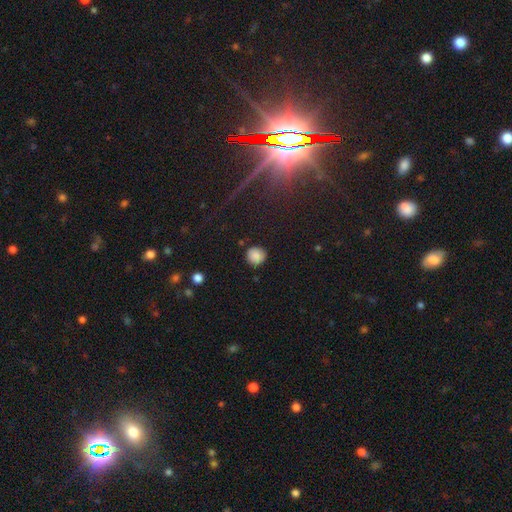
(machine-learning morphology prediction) A smooth galaxy with no disk features (86%) that is round (91%).

Vote fractions:
- Smooth or featured? smooth: 86% / star or artifact: 9% / featured or disk: 5%
- How rounded? round: 91% / in between: 8% / cigar-shaped: 1%
- Merging? none: 86% / minor disturbance: 10% / major disturbance: 2% / merger: 2%